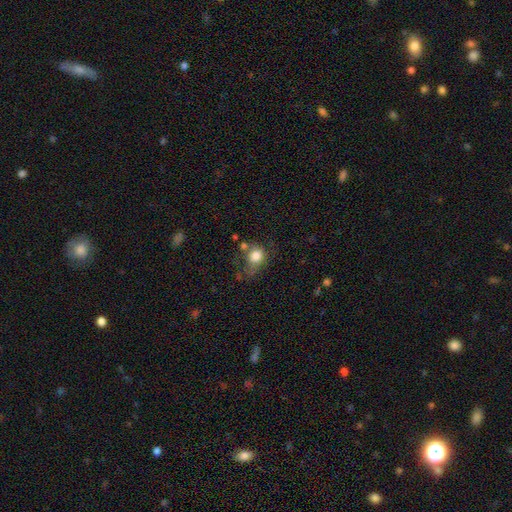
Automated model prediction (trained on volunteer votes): smooth-or-featured: smooth: 79% | featured or disk: 11% | star or artifact: 10%
  how-rounded: round: 67% | in between: 32% | cigar-shaped: 1%
  merging: none: 43% | minor disturbance: 26% | major disturbance: 17% | merger: 14%